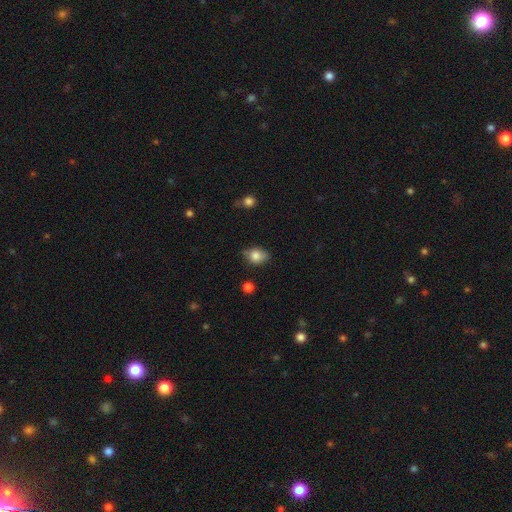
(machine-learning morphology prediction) Overall: smooth (78%). How rounded: in between (60%; round 38%). Merging: none (64%; minor disturbance 28%).